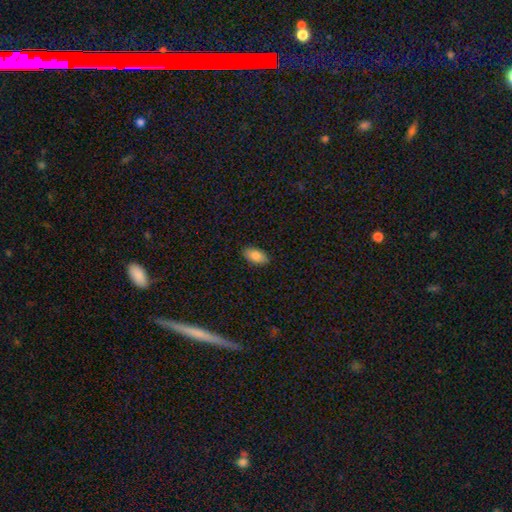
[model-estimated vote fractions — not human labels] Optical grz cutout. It shows a smooth galaxy with no disk features (86%) that is in between round and cigar-shaped (92%). Merging: none (89%).